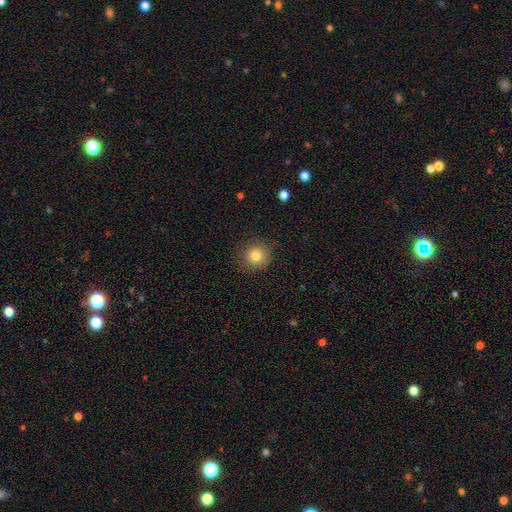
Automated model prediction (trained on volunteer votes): Smooth or featured: smooth — 80% (star or artifact — 11%)
How rounded: round — 92% (in between — 7%)
Merging: none — 84% (minor disturbance — 12%)